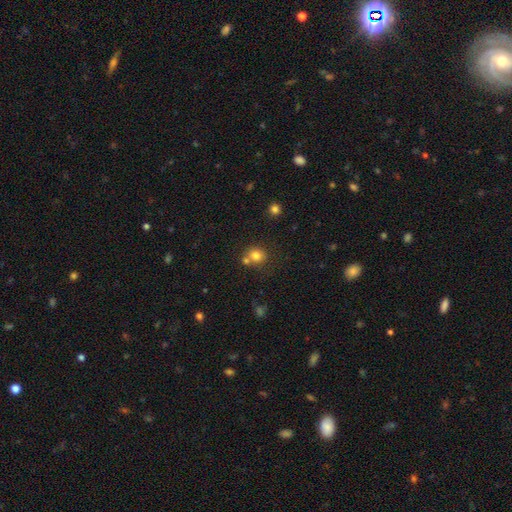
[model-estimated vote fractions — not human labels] Morphology: type=smooth (78%); roundness=round (82%); merging=none (57%).